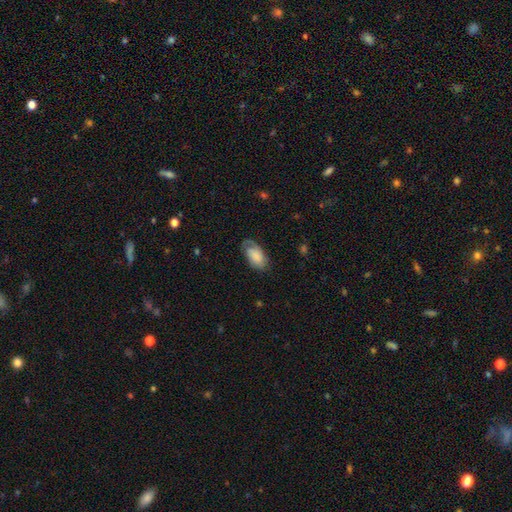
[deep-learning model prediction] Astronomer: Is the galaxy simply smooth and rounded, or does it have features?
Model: smooth — 65%.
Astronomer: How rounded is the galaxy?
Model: in between — 94%.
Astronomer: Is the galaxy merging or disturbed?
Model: none — 59%.